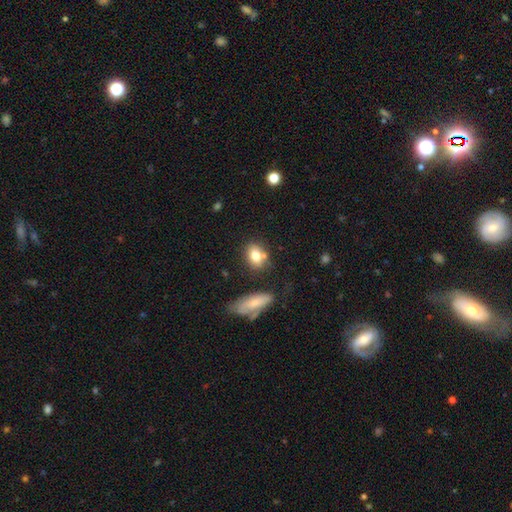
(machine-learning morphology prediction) A smooth galaxy with no disk features (77%) that is in between round and cigar-shaped (68%). Merging: none (64%).